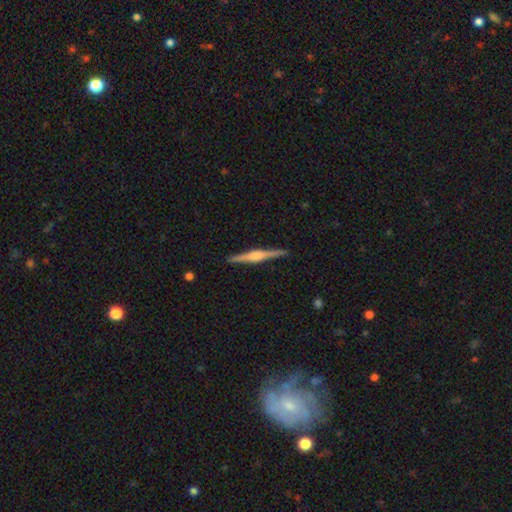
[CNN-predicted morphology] Smooth or featured? Predicted: featured or disk (p=0.80). Edge-on disk? Predicted: yes (p=0.99). Edge-on bulge? Predicted: rounded (p=0.70). Merging? Predicted: none (p=0.92).